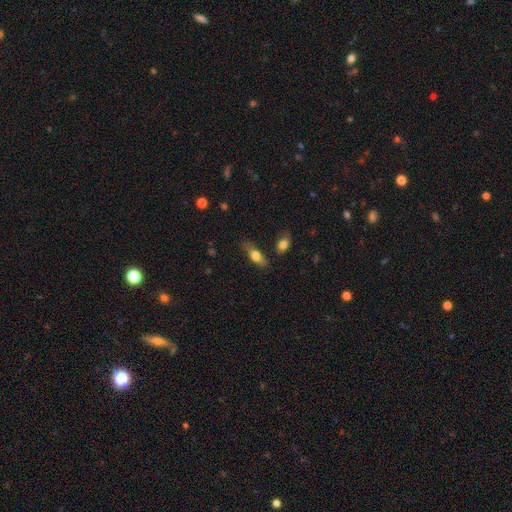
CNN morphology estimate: The model was most divided on "how rounded": in between: 70%, cigar-shaped: 26%, round: 4%. More confident: smooth or featured — smooth (70%); merging — none (66%).